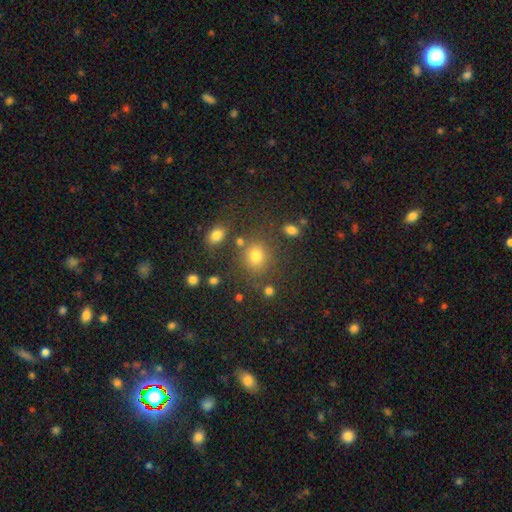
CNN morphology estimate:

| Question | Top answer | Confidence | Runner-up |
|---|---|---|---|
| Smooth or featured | smooth | 74% | star or artifact (18%) |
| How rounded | round | 79% | in between (20%) |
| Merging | none | 76% | minor disturbance (11%) |